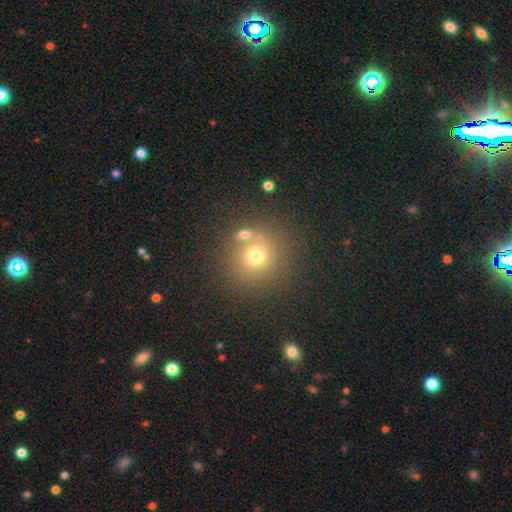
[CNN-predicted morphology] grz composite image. It shows a smooth galaxy with no disk features (68%) that is round (90%). Merging: none (70%).